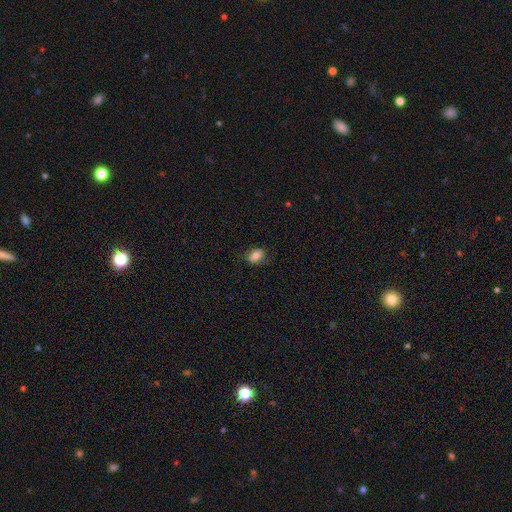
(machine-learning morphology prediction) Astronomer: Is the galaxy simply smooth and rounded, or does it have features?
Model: smooth — 82%.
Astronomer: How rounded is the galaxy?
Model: in between — 79%.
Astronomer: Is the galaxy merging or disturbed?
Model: none — 80%.